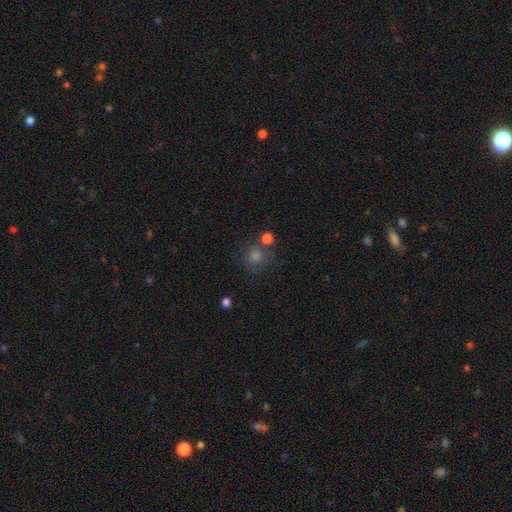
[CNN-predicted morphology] Smooth or featured? smooth (63%)
How rounded? round (90%)
Merging? none (72%)